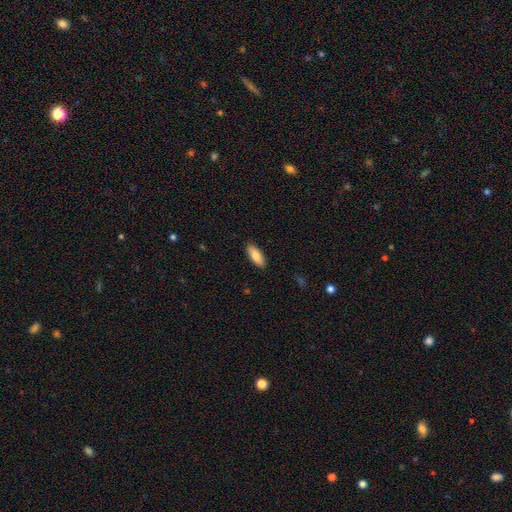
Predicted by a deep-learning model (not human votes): Overall: smooth (82%). How rounded: in between (77%). Merging: none (89%).